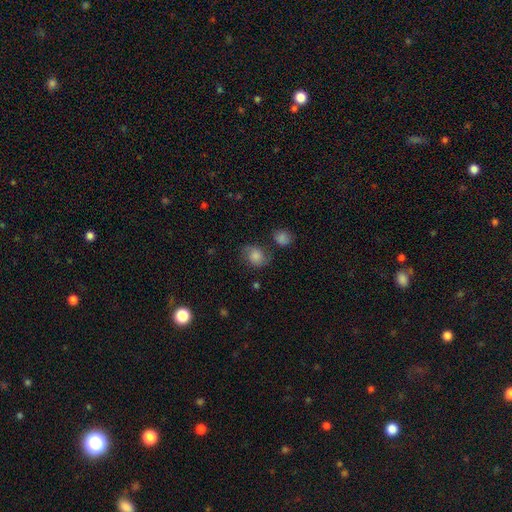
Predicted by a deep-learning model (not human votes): Morphology: type=smooth (52%); roundness=round (59%); merging=none (66%).